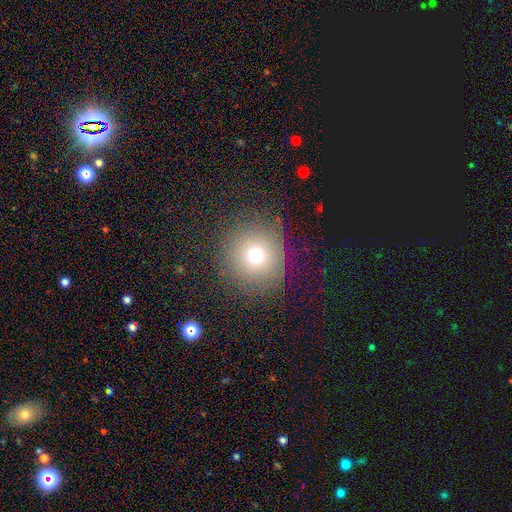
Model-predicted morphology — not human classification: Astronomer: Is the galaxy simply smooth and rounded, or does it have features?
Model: smooth — 69%.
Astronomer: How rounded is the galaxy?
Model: round — 93%.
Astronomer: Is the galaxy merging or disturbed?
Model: none — 86%.